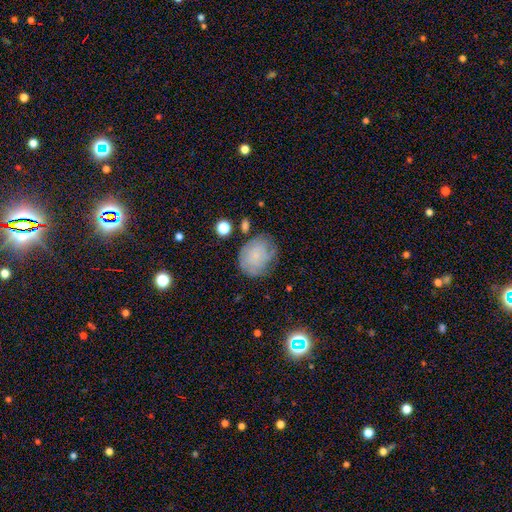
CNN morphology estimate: This is possibly a smooth galaxy (53%). How rounded: possibly round (55%). Merging: likely none (64%).